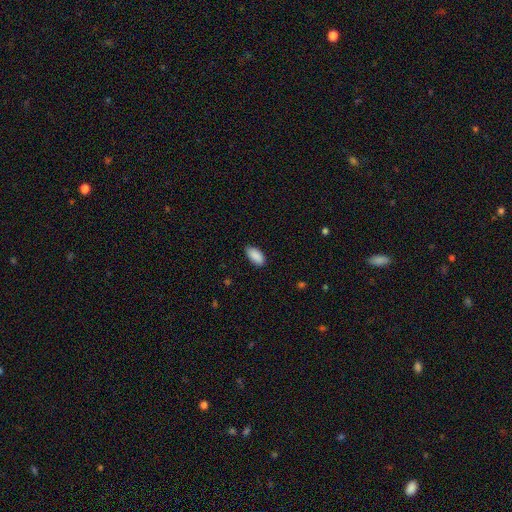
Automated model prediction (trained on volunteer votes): smooth_or_featured: smooth (p=0.89) [alt: star or artifact p=0.07]
how_rounded: in between (p=0.94) [alt: cigar-shaped p=0.03]
merging: none (p=0.81) [alt: minor disturbance p=0.16]